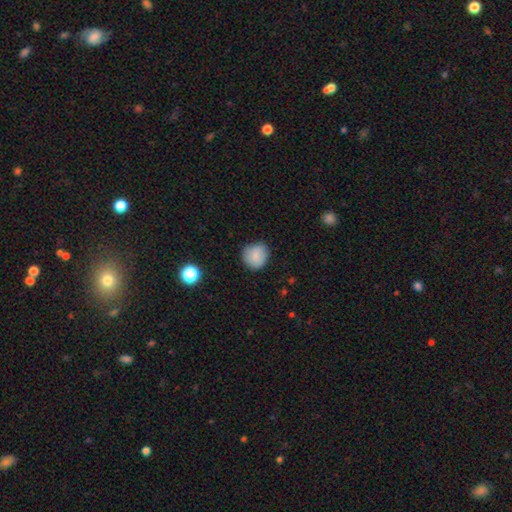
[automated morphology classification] A smooth galaxy with no disk features (83%) that is round (86%).

Vote fractions:
- Smooth or featured? smooth: 83% / star or artifact: 9% / featured or disk: 7%
- How rounded? round: 86% / in between: 13% / cigar-shaped: 1%
- Merging? none: 79% / minor disturbance: 16% / major disturbance: 4% / merger: 1%